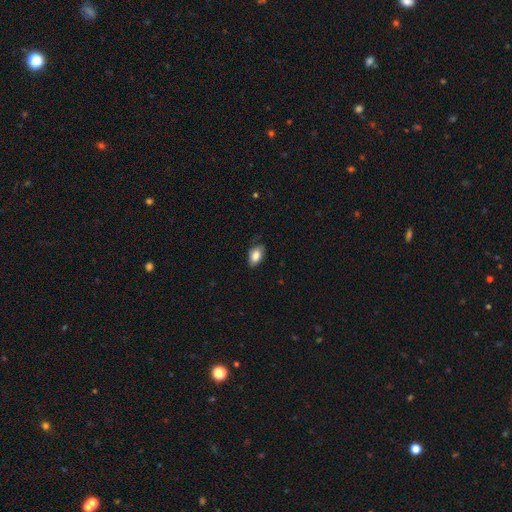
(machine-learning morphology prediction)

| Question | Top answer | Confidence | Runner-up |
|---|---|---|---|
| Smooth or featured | smooth | 80% | featured or disk (13%) |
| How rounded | in between | 90% | round (8%) |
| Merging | none | 71% | minor disturbance (23%) |